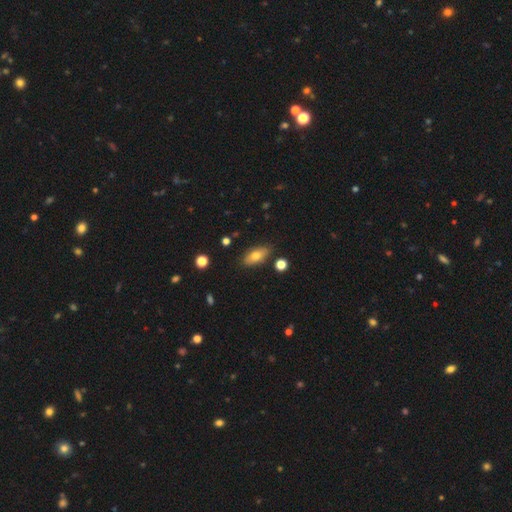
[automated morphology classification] smooth_or_featured: smooth (p=0.70) [alt: featured or disk p=0.22]
how_rounded: in between (p=0.82) [alt: cigar-shaped p=0.13]
merging: none (p=0.84) [alt: minor disturbance p=0.11]